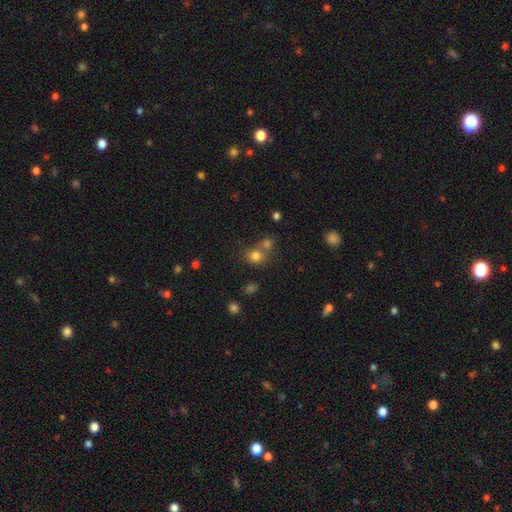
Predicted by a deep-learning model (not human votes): This is likely a smooth galaxy (77%). How rounded: likely round (76%). Merging: possibly none (52%).